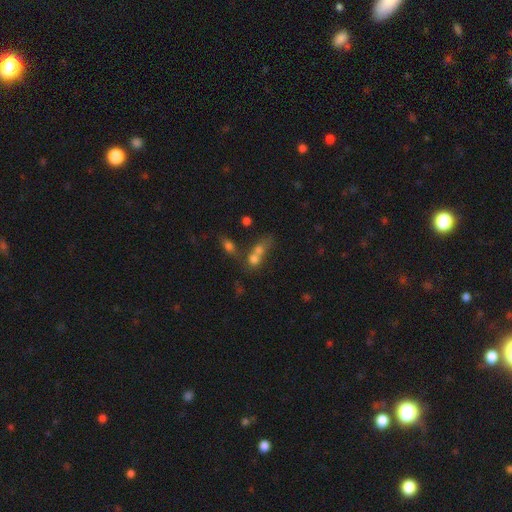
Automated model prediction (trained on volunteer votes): Smooth or featured: smooth — 67% (featured or disk — 17%)
How rounded: round — 53% (in between — 42%)
Merging: merger — 64% (none — 22%)